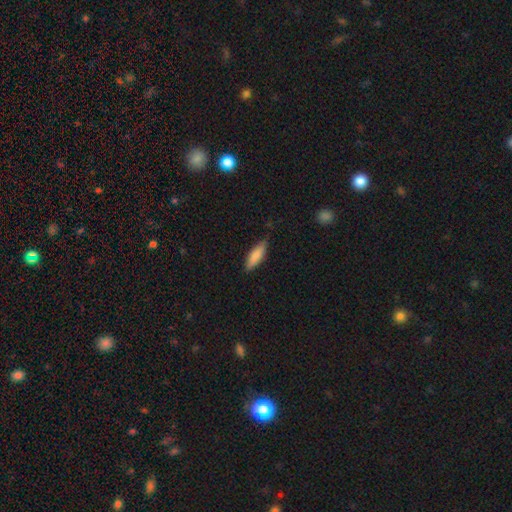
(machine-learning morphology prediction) smooth 83%, featured or disk 11%, star or artifact 6%. Down the decision tree: how rounded — cigar-shaped (49%, tied with in between); merging — none (79%).